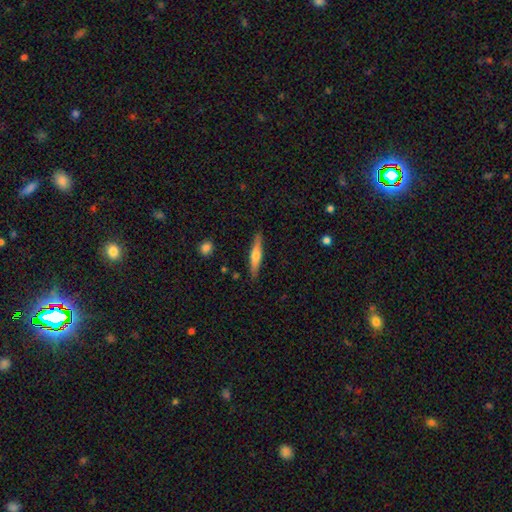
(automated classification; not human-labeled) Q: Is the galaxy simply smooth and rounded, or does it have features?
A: featured or disk — 51%.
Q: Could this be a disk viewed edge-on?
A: yes — 95%.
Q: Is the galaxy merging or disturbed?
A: none — 89%.